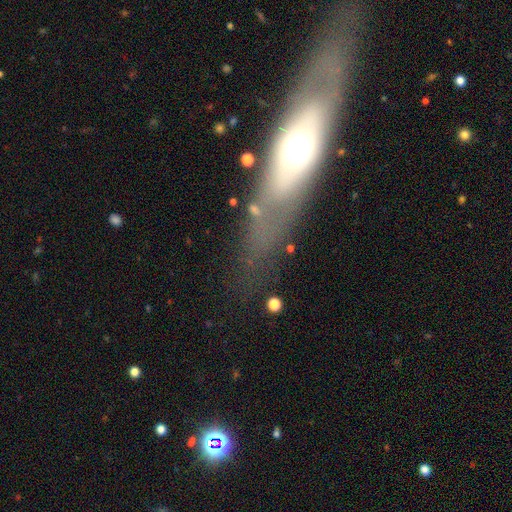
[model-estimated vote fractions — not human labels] This is possibly a featured or disk galaxy (51%). It is possibly not viewed edge-on (53%). Merging: likely none (73%).